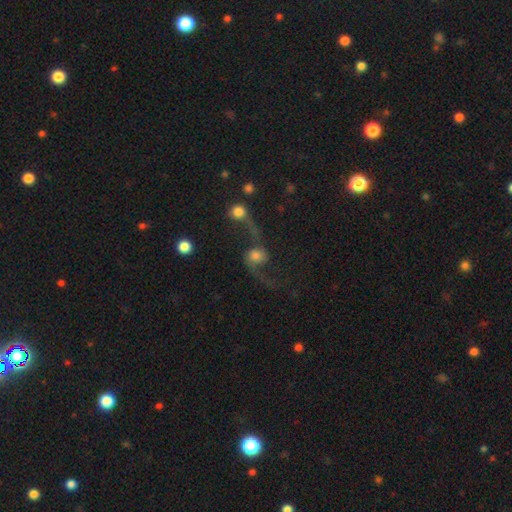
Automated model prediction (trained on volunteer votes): Smooth or featured? Predicted: featured or disk (p=0.68). Edge-on disk? Predicted: no (p=0.95). Bar? Predicted: no (p=0.69). Spiral arms? Predicted: yes (p=0.90). Spiral winding? Predicted: loose (p=0.90). Spiral arm count? Predicted: 2 (p=0.89). Bulge size? Predicted: moderate (p=0.40). Merging? Predicted: none (p=0.37).